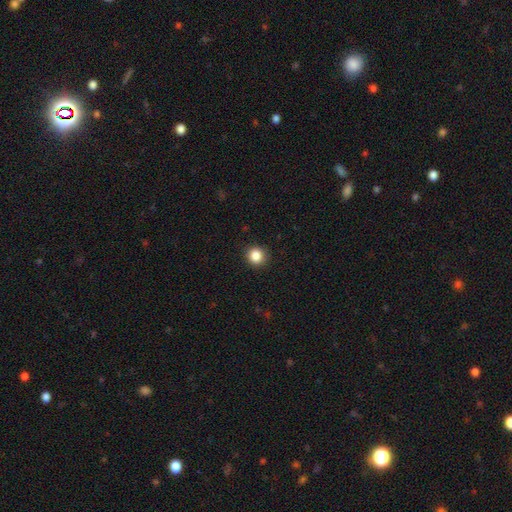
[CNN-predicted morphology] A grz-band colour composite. It shows a smooth galaxy with no disk features (86%) that is round (90%). Merging: none (91%).